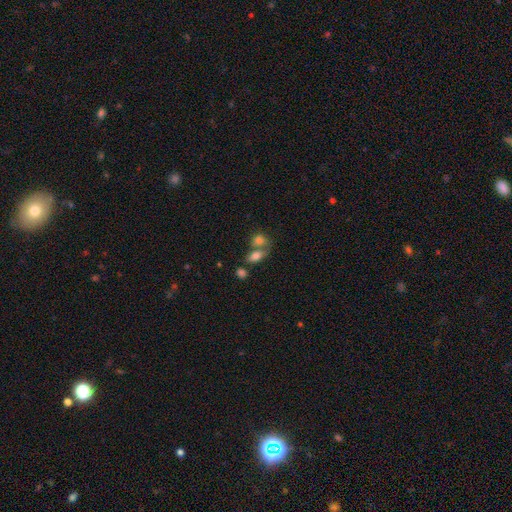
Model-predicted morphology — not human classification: A smooth galaxy with no disk features (77%) that is in between round and cigar-shaped (81%).

Vote fractions:
- Smooth or featured? smooth: 77% / featured or disk: 13% / star or artifact: 10%
- How rounded? in between: 81% / round: 14% / cigar-shaped: 5%
- Merging? merger: 46% / none: 38% / minor disturbance: 11% / major disturbance: 5%